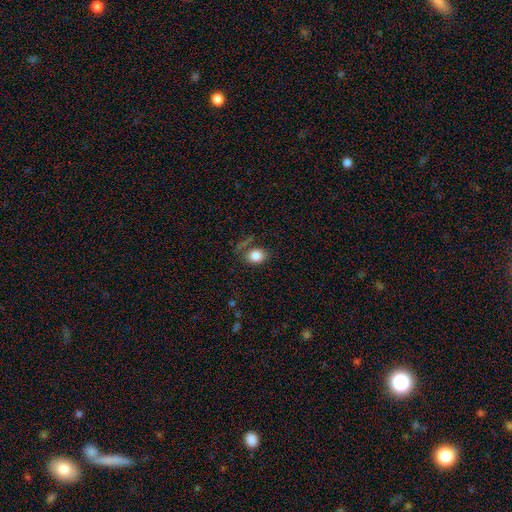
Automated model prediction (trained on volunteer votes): smooth-or-featured: smooth: 82% | star or artifact: 10% | featured or disk: 8%
  how-rounded: in between: 58% | round: 41% | cigar-shaped: 1%
  merging: none: 68% | minor disturbance: 17% | major disturbance: 8% | merger: 7%